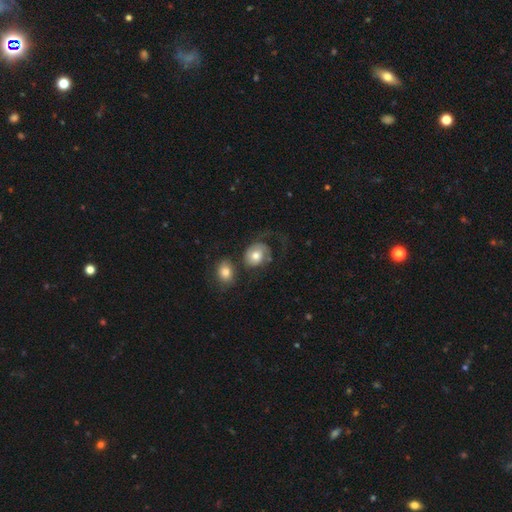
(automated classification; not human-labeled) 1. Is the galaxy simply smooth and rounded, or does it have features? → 51% smooth, 41% featured or disk, 8% star or artifact.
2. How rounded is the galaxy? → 58% round, 41% in between, 1% cigar-shaped.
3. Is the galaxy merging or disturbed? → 33% major disturbance, 32% none, 18% minor disturbance, 17% merger.